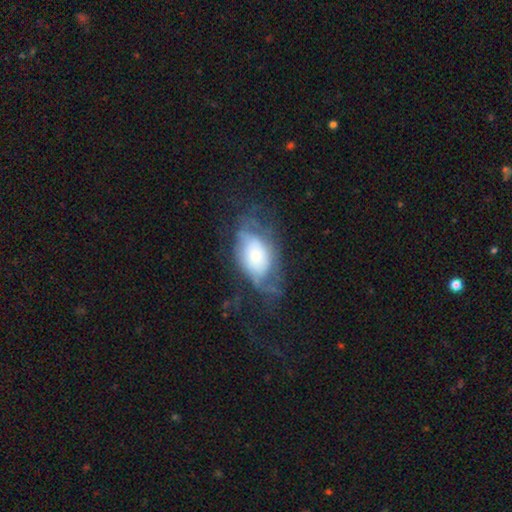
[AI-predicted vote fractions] The model was most divided on "merging": none: 37%, major disturbance: 34%, minor disturbance: 26%, merger: 2%. Remaining: smooth or featured — featured or disk (49%).